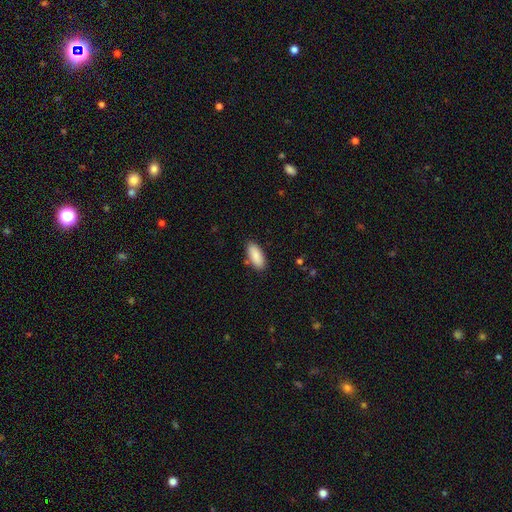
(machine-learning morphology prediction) This is clearly a smooth galaxy (89%). How rounded: clearly in between (84%). Merging: clearly none (85%).